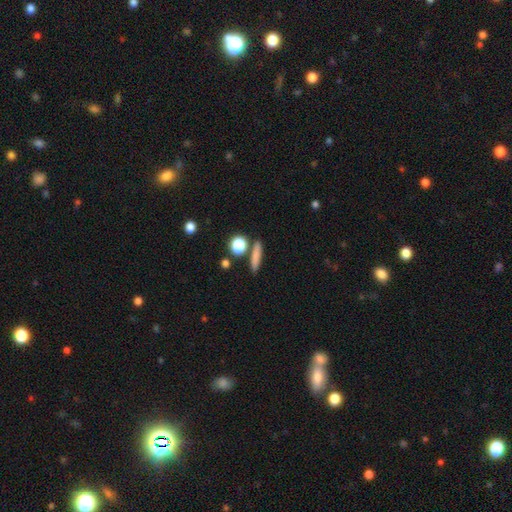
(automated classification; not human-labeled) smooth 78%, featured or disk 12%, star or artifact 10%. Down the decision tree: how rounded — cigar-shaped (68%); merging — none (79%).